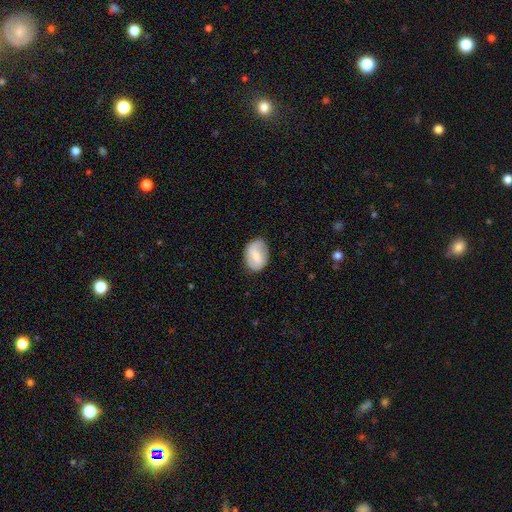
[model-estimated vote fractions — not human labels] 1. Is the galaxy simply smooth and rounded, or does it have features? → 56% smooth, 37% featured or disk, 7% star or artifact.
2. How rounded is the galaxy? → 78% in between, 20% round, 1% cigar-shaped.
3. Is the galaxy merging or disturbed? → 77% none, 17% minor disturbance, 5% major disturbance, 1% merger.